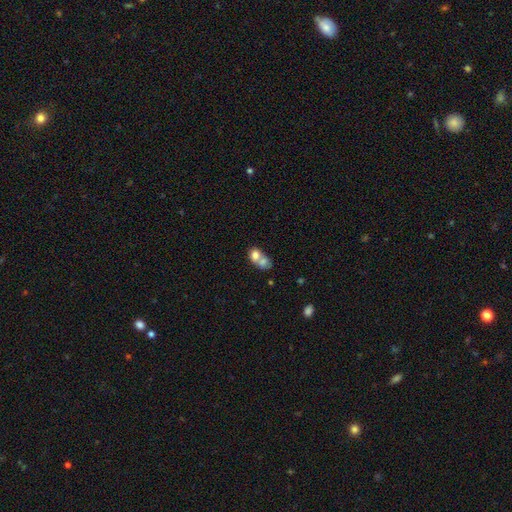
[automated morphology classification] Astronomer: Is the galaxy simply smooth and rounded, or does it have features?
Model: smooth — 70%.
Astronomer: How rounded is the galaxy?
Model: in between — 55% (runner-up: round, 44%).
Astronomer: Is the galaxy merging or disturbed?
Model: merger — 75%.